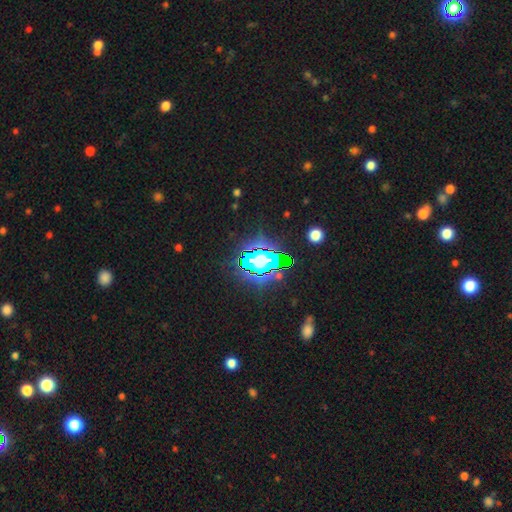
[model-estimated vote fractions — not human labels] Q: Smooth or featured?
A: star or artifact (62%); runner-up: smooth (24%)